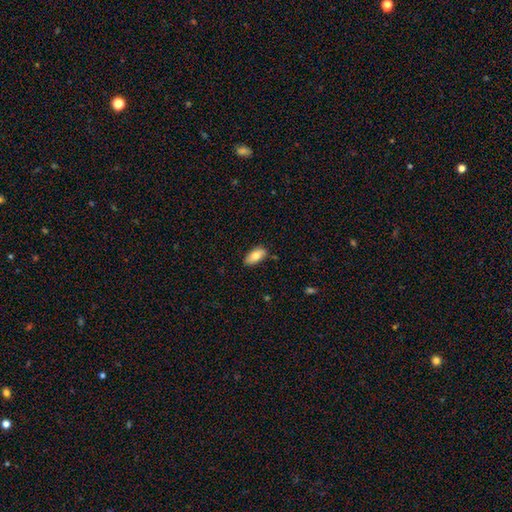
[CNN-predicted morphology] smooth-or-featured: smooth: 80% | featured or disk: 14% | star or artifact: 7%
  how-rounded: in between: 92% | cigar-shaped: 5% | round: 3%
  merging: none: 81% | minor disturbance: 14% | major disturbance: 2% | merger: 2%